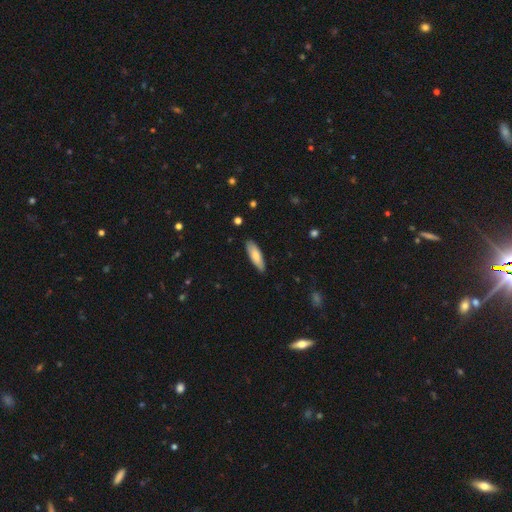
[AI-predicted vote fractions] This is likely a smooth galaxy (77%). How rounded: possibly cigar-shaped (50%). Merging: clearly none (86%).